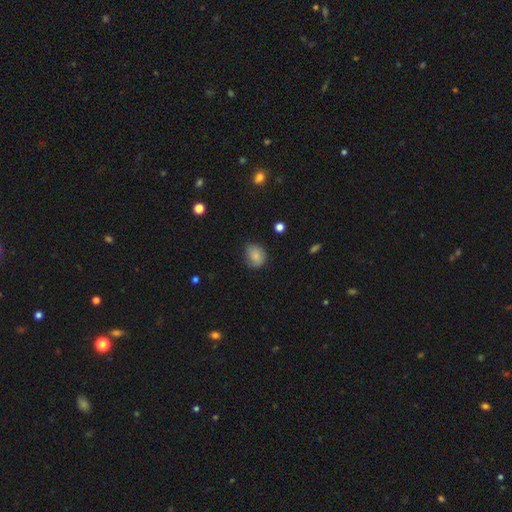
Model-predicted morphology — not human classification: Smooth or featured?
  - smooth: 81% *
  - featured or disk: 10%
  - star or artifact: 9%
How rounded?
  - round: 53% *
  - in between: 46%
  - cigar-shaped: 1%
Merging?
  - none: 61% *
  - minor disturbance: 31%
  - major disturbance: 7%
  - merger: 1%